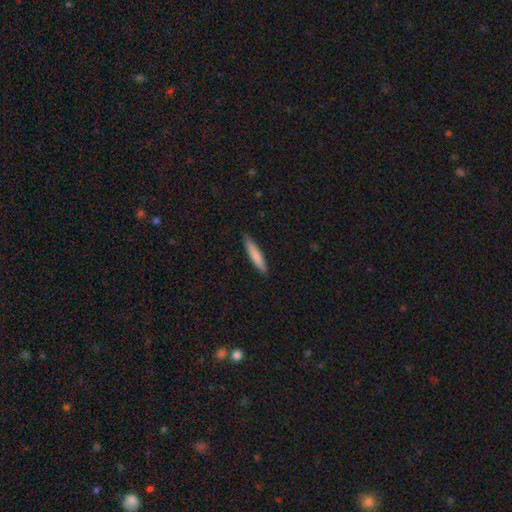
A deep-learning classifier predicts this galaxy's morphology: Q: Smooth or featured?
A: smooth (79%); runner-up: featured or disk (15%)
Q: How rounded?
A: cigar-shaped (90%); runner-up: in between (9%)
Q: Merging?
A: none (88%); runner-up: minor disturbance (9%)